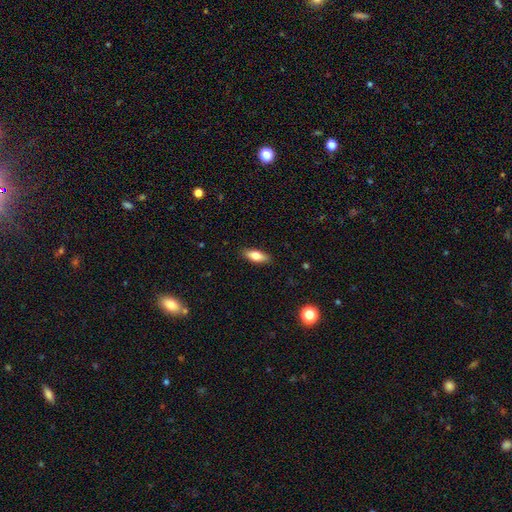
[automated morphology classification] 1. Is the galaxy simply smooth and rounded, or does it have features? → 74% smooth, 19% featured or disk, 7% star or artifact.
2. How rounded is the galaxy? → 66% in between, 31% cigar-shaped, 3% round.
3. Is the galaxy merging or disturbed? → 88% none, 9% minor disturbance, 2% major disturbance, 1% merger.